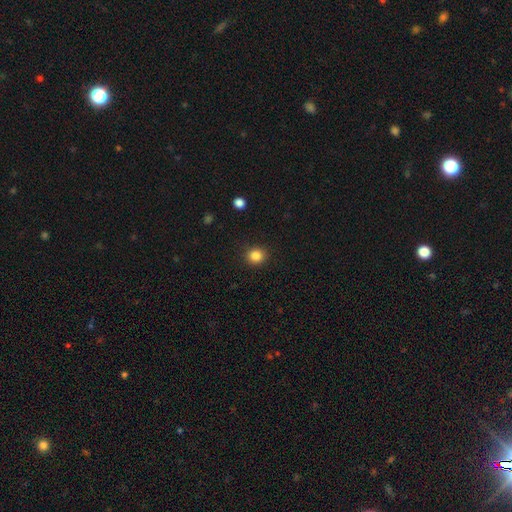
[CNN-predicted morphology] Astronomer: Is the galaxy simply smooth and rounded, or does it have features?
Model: smooth — 85%.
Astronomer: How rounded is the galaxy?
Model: round — 85%.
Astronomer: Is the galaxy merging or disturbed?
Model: none — 90%.